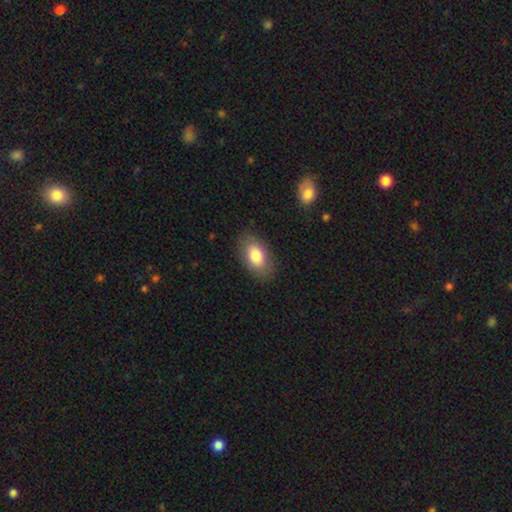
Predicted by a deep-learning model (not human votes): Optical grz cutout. It shows a smooth galaxy with no disk features (80%) that is in between round and cigar-shaped (92%). Merging: none (85%).